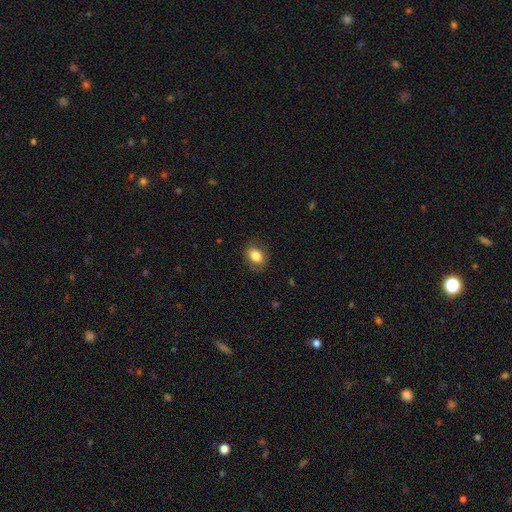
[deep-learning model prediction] Smooth or featured? Predicted: smooth (p=0.81). How rounded? Predicted: in between (p=0.72). Merging? Predicted: none (p=0.80).